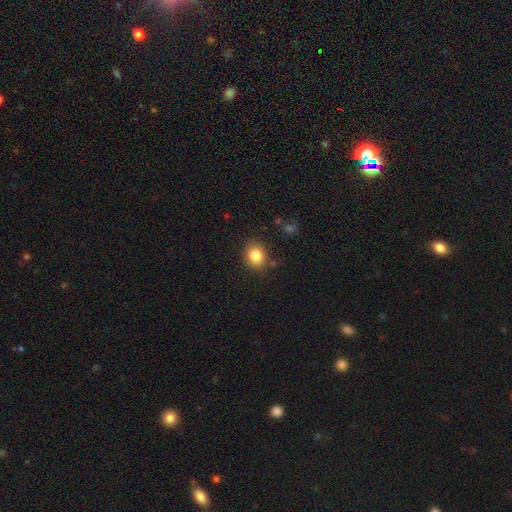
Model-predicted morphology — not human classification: smooth-or-featured: smooth: 84% | star or artifact: 10% | featured or disk: 6%
  how-rounded: round: 67% | in between: 32% | cigar-shaped: 1%
  merging: none: 83% | minor disturbance: 11% | major disturbance: 3% | merger: 2%